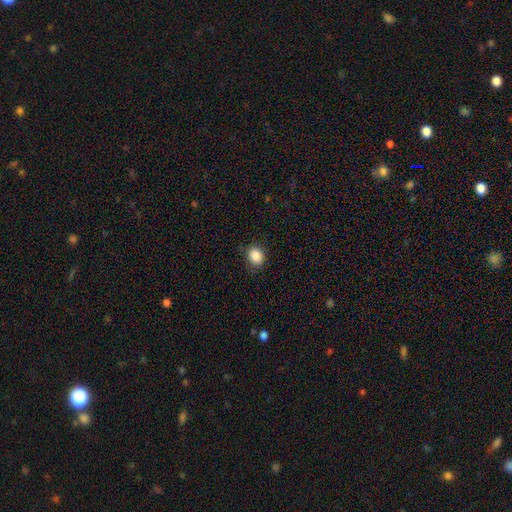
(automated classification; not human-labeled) A smooth galaxy with no disk features (87%) that is round (58%).

Vote fractions:
- Smooth or featured? smooth: 87% / star or artifact: 9% / featured or disk: 3%
- How rounded? round: 58% / in between: 42% / cigar-shaped: 1%
- Merging? none: 85% / minor disturbance: 11% / major disturbance: 3% / merger: 1%